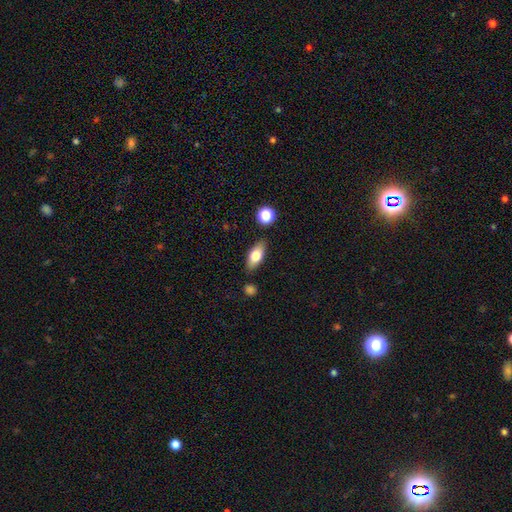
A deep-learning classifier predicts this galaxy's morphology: smooth 73%, featured or disk 20%, star or artifact 7%. Down the decision tree: how rounded — in between (81%); merging — none (83%).